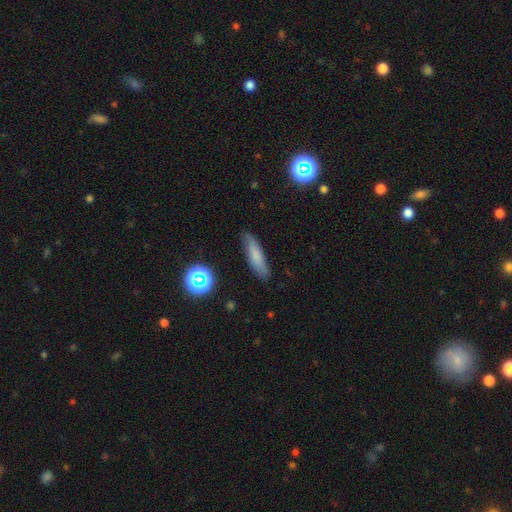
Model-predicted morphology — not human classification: This is likely a smooth galaxy (72%). How rounded: likely cigar-shaped (70%). Merging: clearly none (81%).